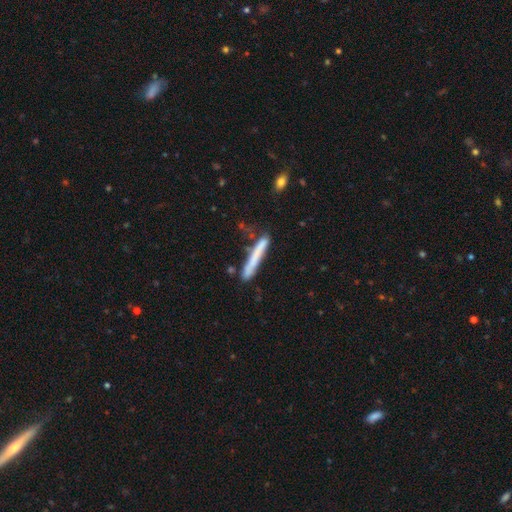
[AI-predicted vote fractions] A smooth galaxy with no disk features (67%) that is cigar-shaped (96%).

Vote fractions:
- Smooth or featured? smooth: 67% / featured or disk: 26% / star or artifact: 7%
- How rounded? cigar-shaped: 96% / in between: 3% / round: 1%
- Merging? none: 70% / minor disturbance: 19% / merger: 6% / major disturbance: 5%